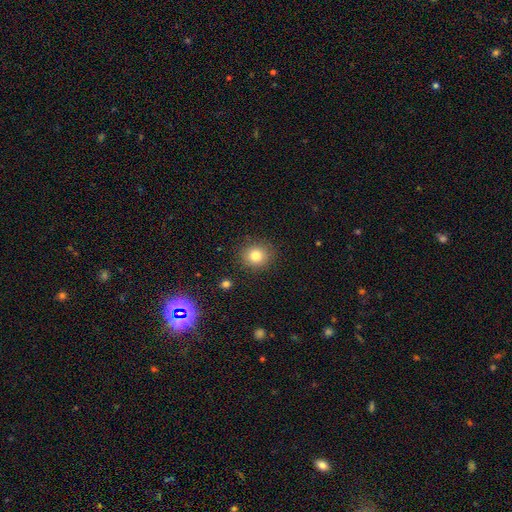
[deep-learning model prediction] Q: Smooth or featured?
A: smooth (80%); runner-up: star or artifact (12%)
Q: How rounded?
A: round (85%); runner-up: in between (14%)
Q: Merging?
A: none (88%); runner-up: minor disturbance (8%)